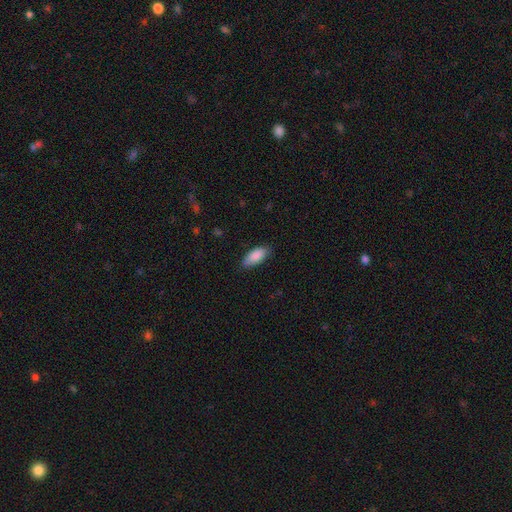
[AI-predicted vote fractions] Morphology: type=smooth (89%); roundness=in between (86%); merging=none (81%).